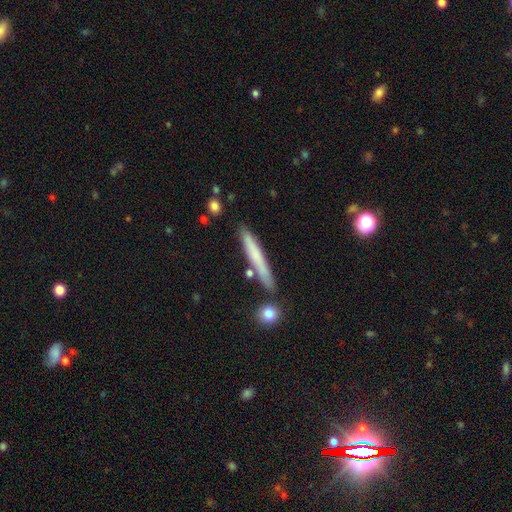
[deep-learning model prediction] This is likely a smooth galaxy (64%). How rounded: clearly cigar-shaped (95%). Merging: clearly none (82%).